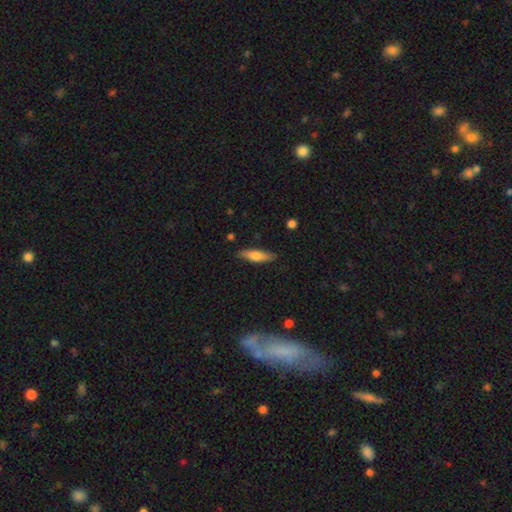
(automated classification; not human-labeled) Morphology: type=smooth (66%); roundness=cigar-shaped (60%); merging=none (85%).